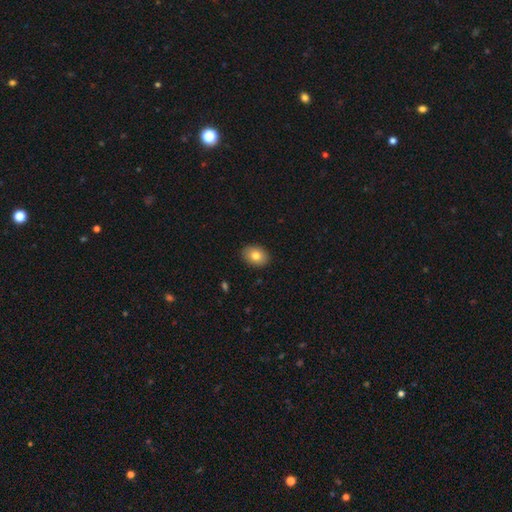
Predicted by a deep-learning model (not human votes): This is clearly a smooth galaxy (82%). How rounded: likely in between (75%). Merging: clearly none (89%).